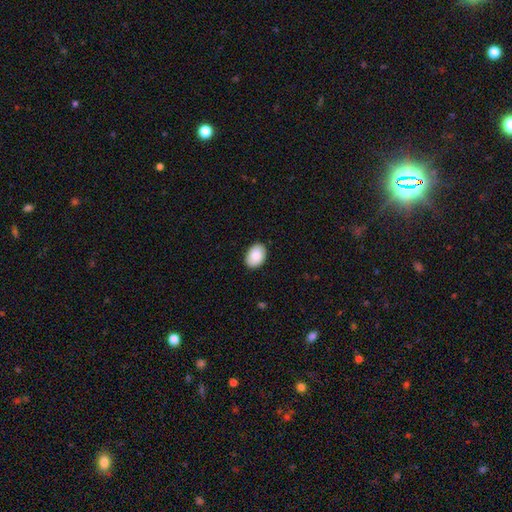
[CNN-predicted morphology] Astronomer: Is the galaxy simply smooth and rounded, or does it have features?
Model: smooth — 87%.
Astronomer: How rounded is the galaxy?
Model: in between — 83%.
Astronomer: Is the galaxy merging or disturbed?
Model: none — 88%.